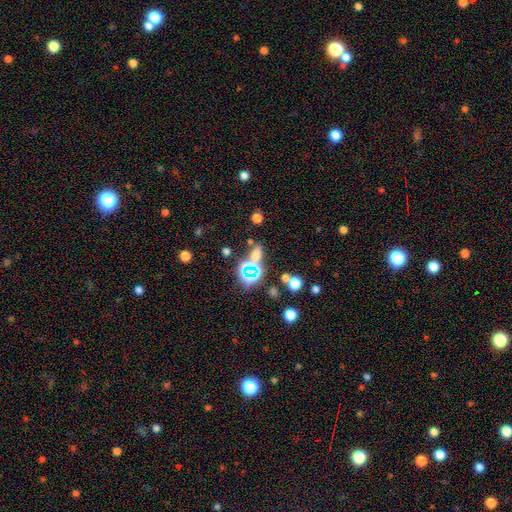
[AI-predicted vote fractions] Smooth or featured: smooth — 47% (star or artifact — 42%)
Merging: none — 63% (merger — 19%)